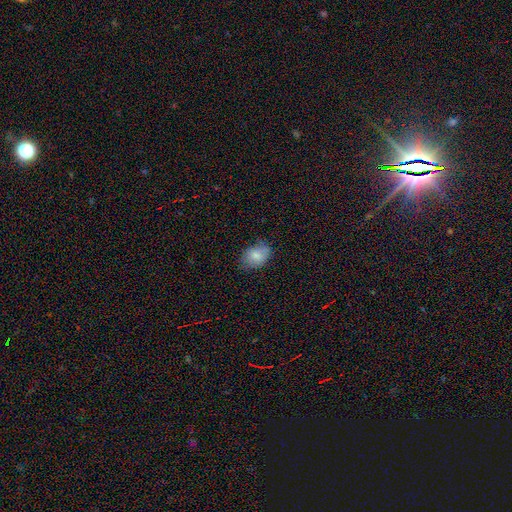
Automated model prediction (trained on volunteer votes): Smooth or featured: smooth — 81% (featured or disk — 11%)
How rounded: in between — 80% (round — 19%)
Merging: none — 67% (minor disturbance — 26%)